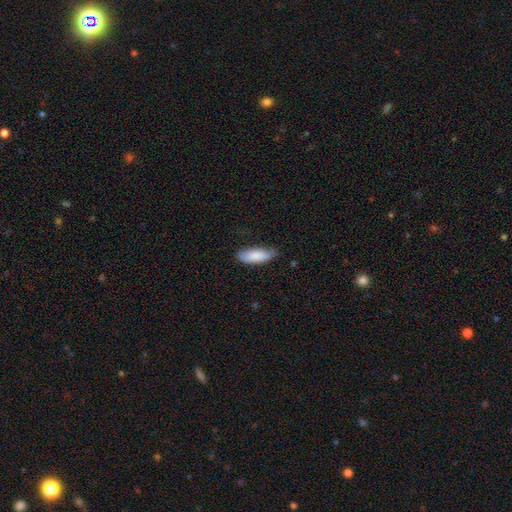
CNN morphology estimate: type=smooth (85%); roundness=in between (72%); merging=none (66%).